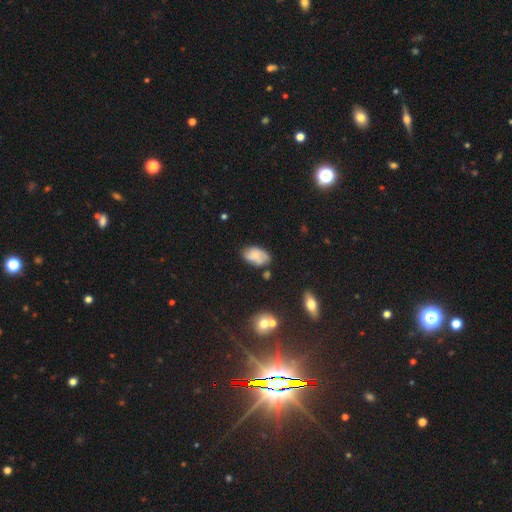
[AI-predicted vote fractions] Q: Smooth or featured?
A: smooth (63%); runner-up: featured or disk (29%)
Q: How rounded?
A: in between (93%); runner-up: round (6%)
Q: Merging?
A: none (63%); runner-up: minor disturbance (25%)